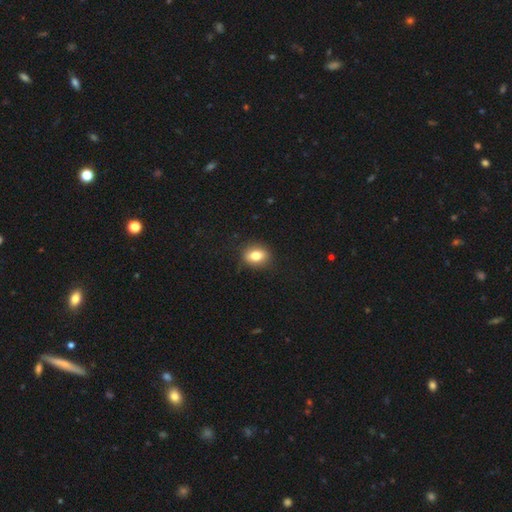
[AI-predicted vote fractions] Morphology: type=smooth (81%); roundness=in between (60%); merging=none (85%).